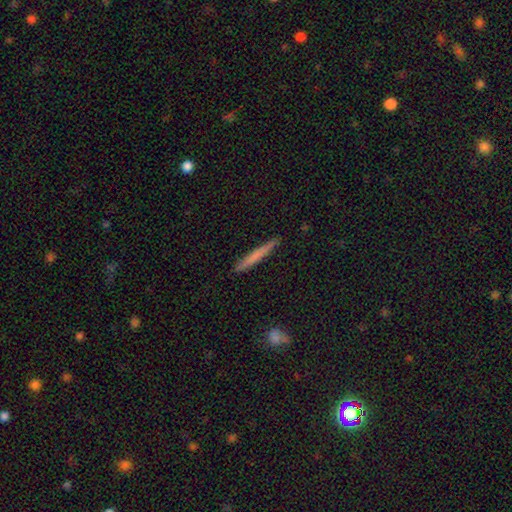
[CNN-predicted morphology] Smooth or featured? Predicted: smooth (p=0.66). How rounded? Predicted: cigar-shaped (p=0.96). Merging? Predicted: none (p=0.90).